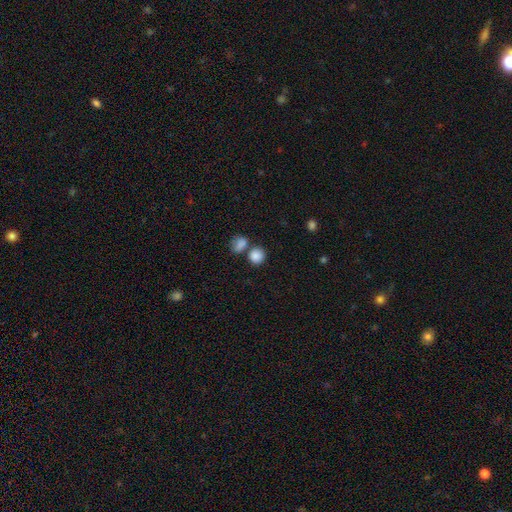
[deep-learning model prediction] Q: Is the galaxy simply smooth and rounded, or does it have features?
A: smooth — 86%.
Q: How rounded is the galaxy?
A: round — 84%.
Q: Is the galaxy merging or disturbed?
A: none — 59%.